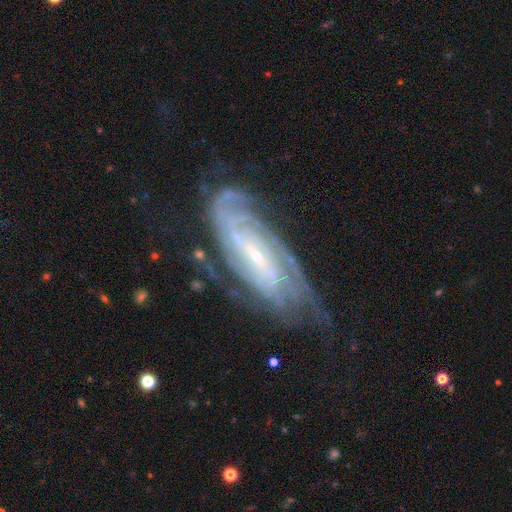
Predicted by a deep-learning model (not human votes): Smooth or featured: featured or disk — 89% (smooth — 6%)
Edge-on disk: no — 92% (yes — 8%)
Bar: weak — 39% (no — 31%)
Spiral arms: yes — 97% (no — 3%)
Spiral winding: tight — 68% (medium — 26%)
Spiral arm count: can't tell — 30% (2 — 21%)
Bulge size: small — 80% (moderate — 15%)
Merging: none — 67% (minor disturbance — 21%)